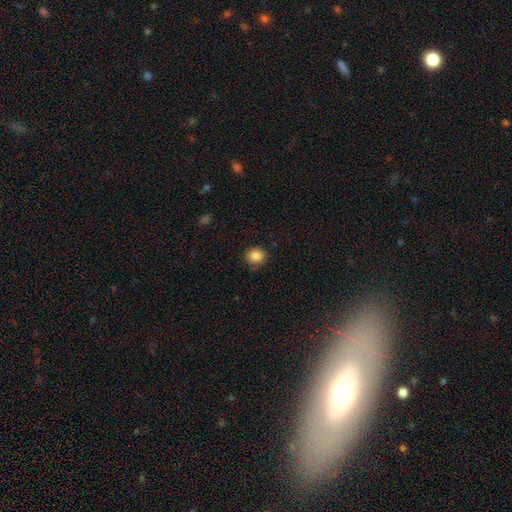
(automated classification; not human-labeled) A smooth galaxy with no disk features (85%) that is round (81%). Merging: none (83%).